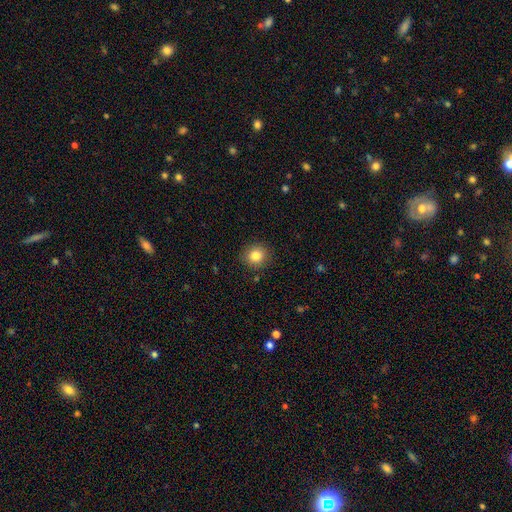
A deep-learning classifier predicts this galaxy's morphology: Smooth or featured?
  - smooth: 83% *
  - star or artifact: 10%
  - featured or disk: 6%
How rounded?
  - round: 83% *
  - in between: 16%
  - cigar-shaped: 1%
Merging?
  - none: 89% *
  - minor disturbance: 7%
  - major disturbance: 2%
  - merger: 1%